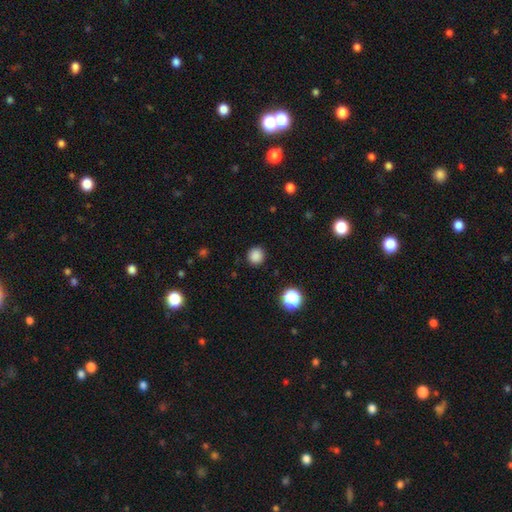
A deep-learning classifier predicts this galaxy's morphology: smooth 85%, star or artifact 12%, featured or disk 3%. Down the decision tree: how rounded — round (93%); merging — none (91%).